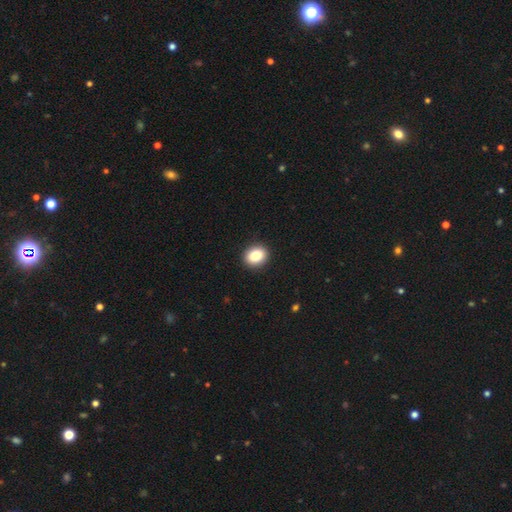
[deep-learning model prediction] Smooth or featured: smooth — 87% (star or artifact — 8%)
How rounded: in between — 53% (round — 46%)
Merging: none — 91% (minor disturbance — 6%)